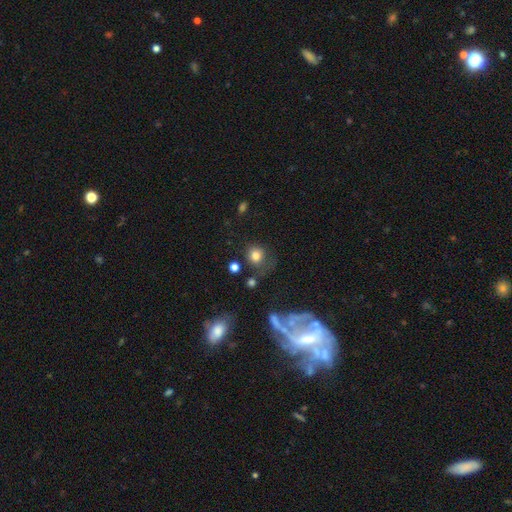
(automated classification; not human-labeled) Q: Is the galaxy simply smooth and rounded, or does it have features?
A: smooth — 76%.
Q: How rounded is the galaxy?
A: round — 83%.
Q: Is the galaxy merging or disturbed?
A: none — 61%.